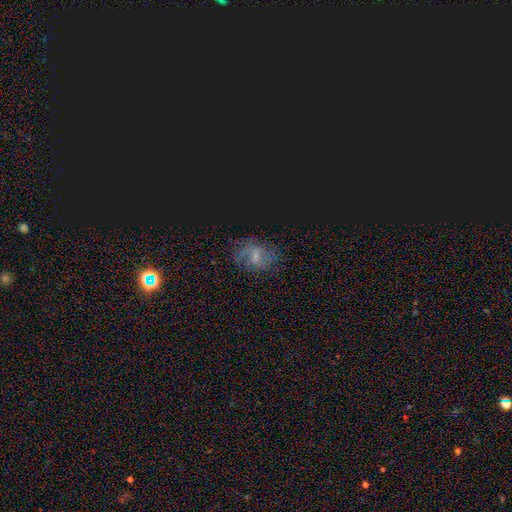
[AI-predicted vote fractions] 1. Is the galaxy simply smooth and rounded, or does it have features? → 39% featured or disk, 35% star or artifact, 26% smooth.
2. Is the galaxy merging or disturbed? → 65% none, 20% minor disturbance, 13% major disturbance, 2% merger.